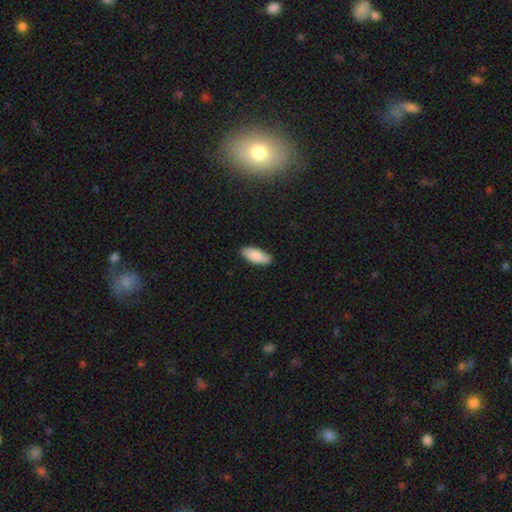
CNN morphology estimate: smooth 87%, featured or disk 8%, star or artifact 6%. Down the decision tree: how rounded — in between (80%); merging — none (88%).